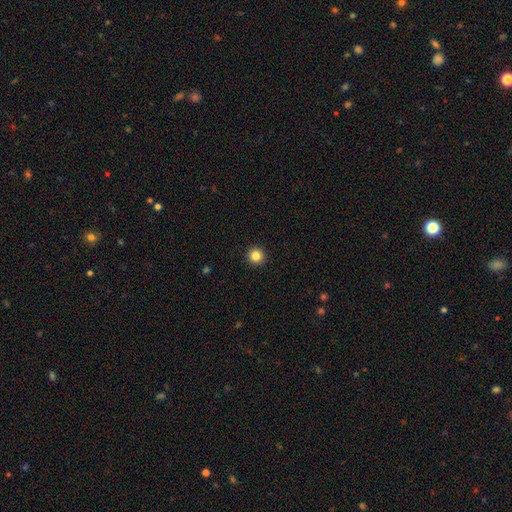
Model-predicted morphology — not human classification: Smooth or featured? smooth (85%)
How rounded? round (96%)
Merging? none (94%)